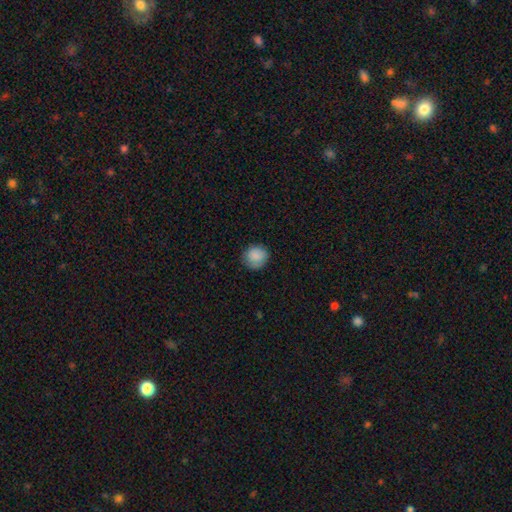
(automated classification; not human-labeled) smooth 86%, star or artifact 8%, featured or disk 6%. Down the decision tree: how rounded — round (88%); merging — none (82%).